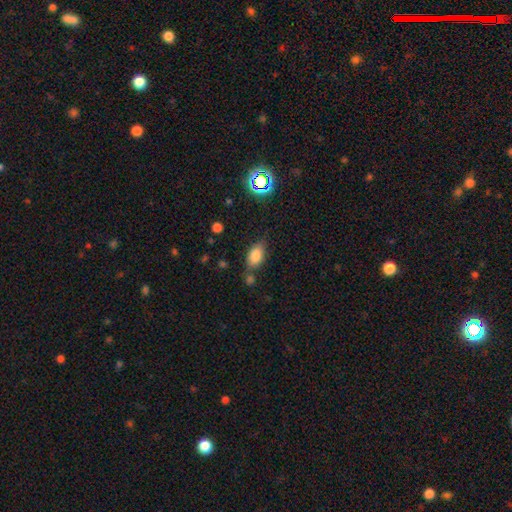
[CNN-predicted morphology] smooth-or-featured: smooth: 79% | star or artifact: 11% | featured or disk: 10%
  how-rounded: in between: 88% | round: 8% | cigar-shaped: 4%
  merging: none: 67% | minor disturbance: 18% | merger: 10% | major disturbance: 5%